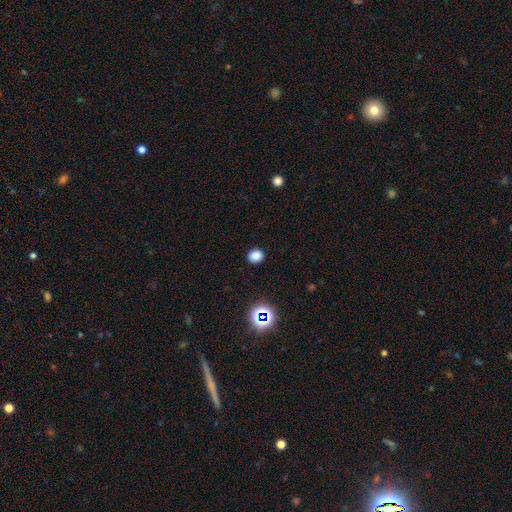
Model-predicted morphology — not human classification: The model was most divided on "how rounded": round: 66%, in between: 33%, cigar-shaped: 1%. More confident: merging — none (90%); smooth or featured — smooth (81%).